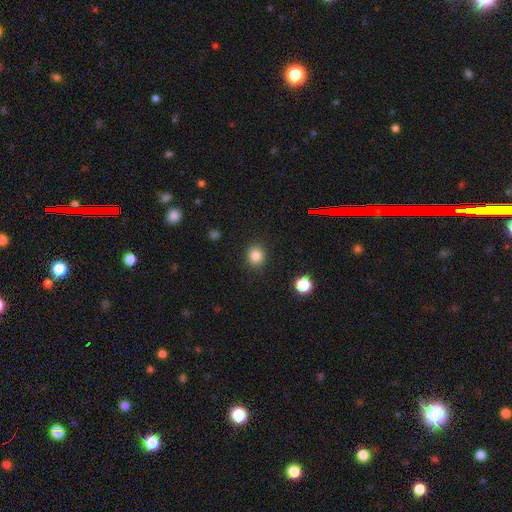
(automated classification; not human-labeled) Smooth or featured?
  - smooth: 84% *
  - star or artifact: 11%
  - featured or disk: 4%
How rounded?
  - round: 82% *
  - in between: 17%
  - cigar-shaped: 1%
Merging?
  - none: 89% *
  - minor disturbance: 7%
  - major disturbance: 3%
  - merger: 1%